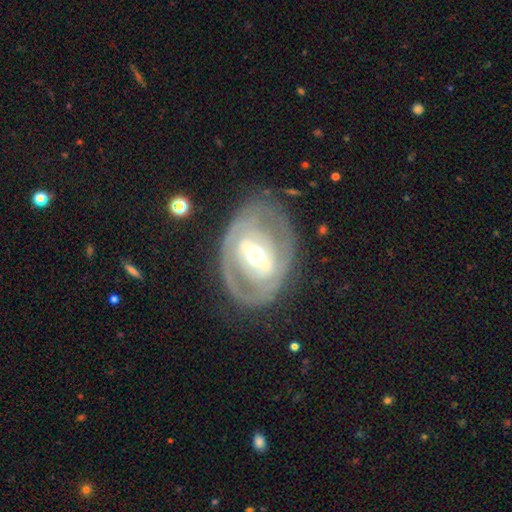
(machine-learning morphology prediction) This appears to be a featured or disk galaxy (76%) with a weak bar (38%), spiral arms (56%) and a moderate central bulge (68%). Merging: none (71%).